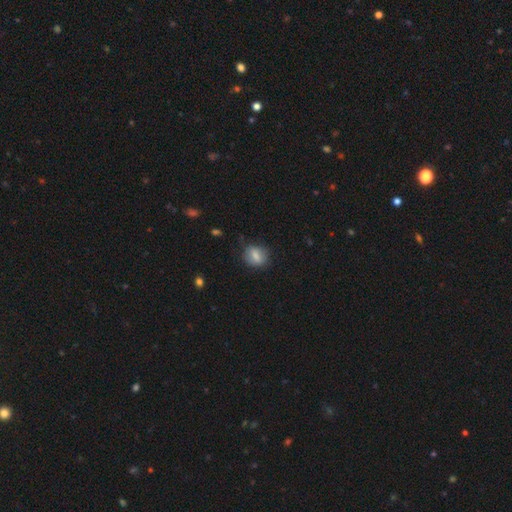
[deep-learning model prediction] This appears to be a smooth galaxy with no disk features (75%) that is in between round and cigar-shaped (53%). Merging: none (75%).